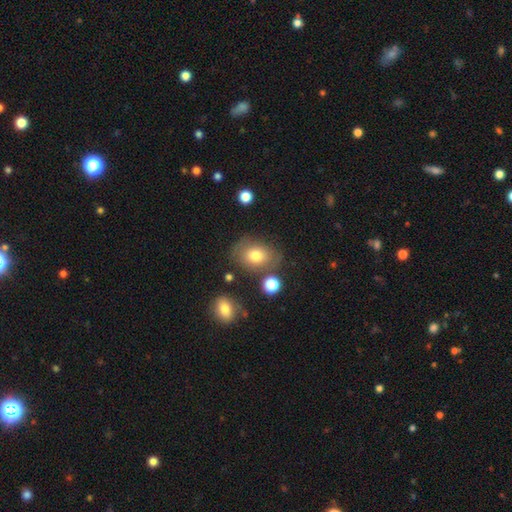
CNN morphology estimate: Smooth or featured? smooth (72%)
How rounded? in between (69%)
Merging? none (67%)